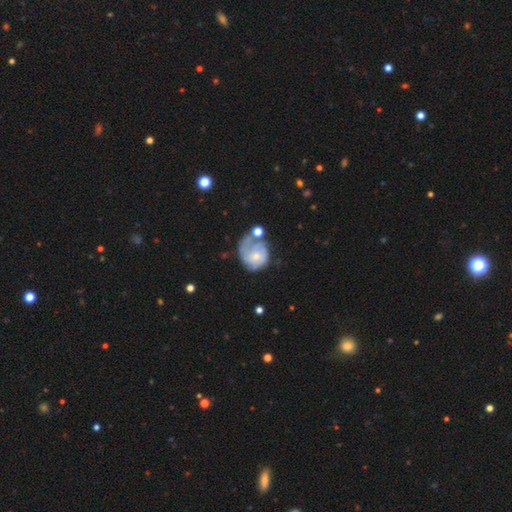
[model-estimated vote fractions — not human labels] smooth_or_featured: featured or disk (p=0.66) [alt: smooth p=0.27]
disk_edge_on: no (p=0.98) [alt: yes p=0.02]
bar: no (p=0.73) [alt: weak p=0.24]
has_spiral_arms: yes (p=0.81) [alt: no p=0.19]
spiral_winding: tight (p=0.42) [alt: medium p=0.36]
spiral_arm_count: can't tell (p=0.28) [alt: 1 p=0.26]
bulge_size: small (p=0.57) [alt: moderate p=0.34]
merging: none (p=0.31) [alt: major disturbance p=0.30]